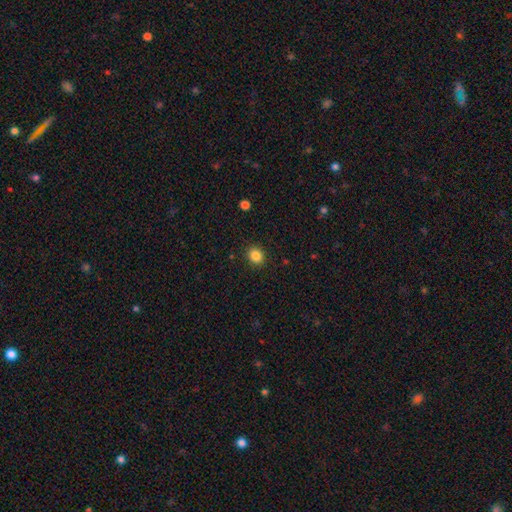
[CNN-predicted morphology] Smooth or featured? Predicted: smooth (p=0.85). How rounded? Predicted: round (p=0.70). Merging? Predicted: none (p=0.90).